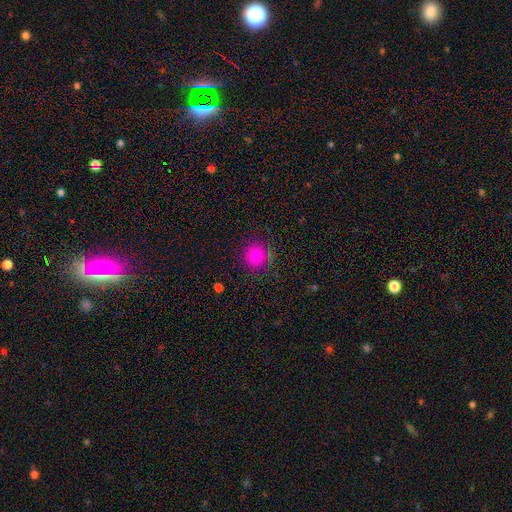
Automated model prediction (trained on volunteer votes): smooth 80%, star or artifact 12%, featured or disk 8%. Down the decision tree: how rounded — round (92%); merging — none (84%).